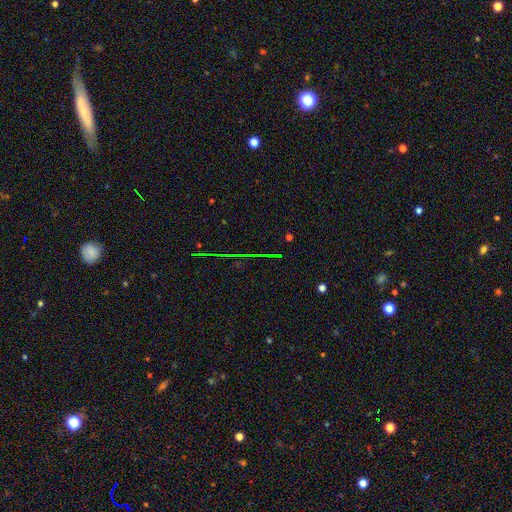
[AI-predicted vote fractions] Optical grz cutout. It shows a star or artifact, not a galaxy (77%).